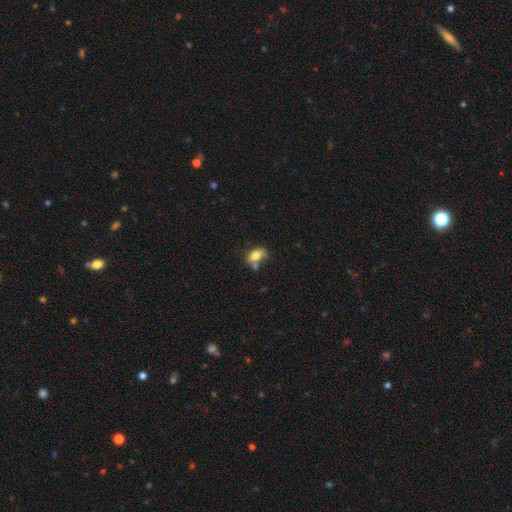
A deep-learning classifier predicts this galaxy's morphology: This appears to be a smooth galaxy with no disk features (78%) that is in between round and cigar-shaped (78%). Merging: none (43%).